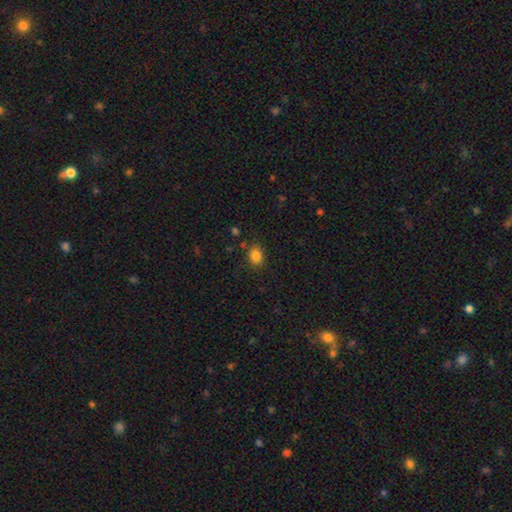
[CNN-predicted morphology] smooth_or_featured: smooth (p=0.84) [alt: star or artifact p=0.11]
how_rounded: in between (p=0.58) [alt: round p=0.41]
merging: none (p=0.80) [alt: minor disturbance p=0.13]